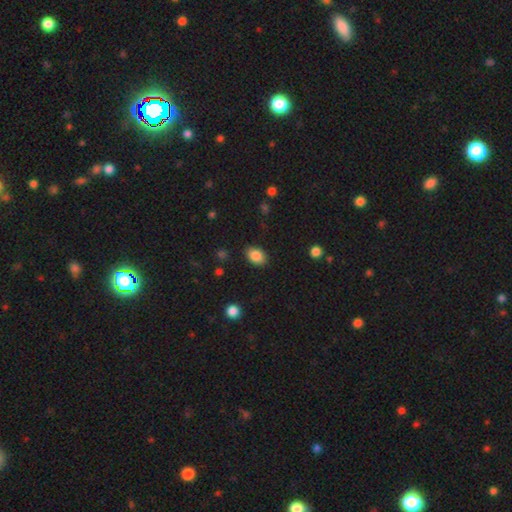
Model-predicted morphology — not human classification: Q: Smooth or featured?
A: smooth (86%); runner-up: star or artifact (9%)
Q: How rounded?
A: in between (82%); runner-up: round (17%)
Q: Merging?
A: none (86%); runner-up: minor disturbance (10%)